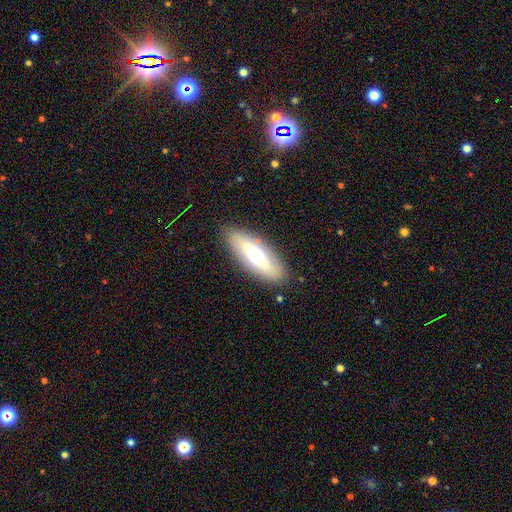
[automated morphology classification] The model was most divided on "smooth or featured": smooth: 53%, featured or disk: 40%, star or artifact: 6%. More confident: merging — none (87%); how rounded — in between (59%).